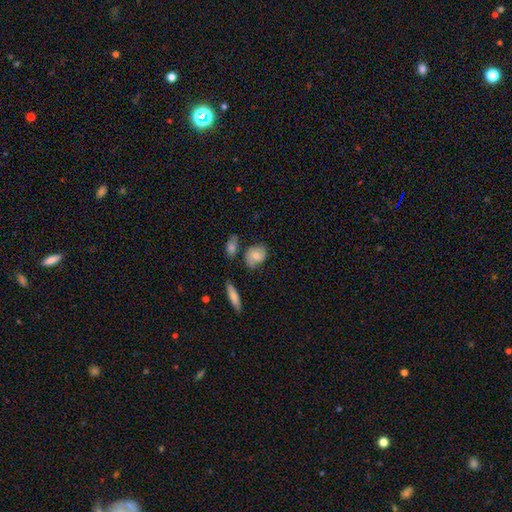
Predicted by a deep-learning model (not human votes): A smooth galaxy with no disk features (58%) that is in between round and cigar-shaped (59%). Merging: none (62%).